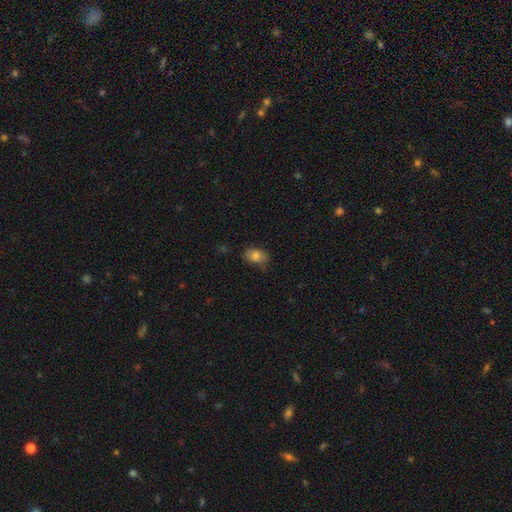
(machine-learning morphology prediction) smooth-or-featured: smooth: 80% | featured or disk: 11% | star or artifact: 9%
  how-rounded: in between: 77% | round: 22% | cigar-shaped: 1%
  merging: none: 60% | minor disturbance: 30% | major disturbance: 8% | merger: 2%